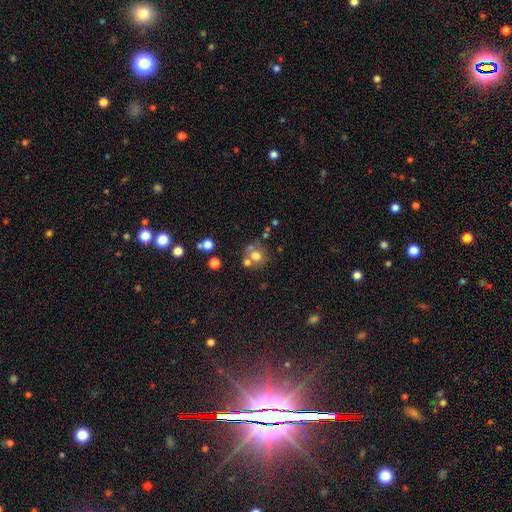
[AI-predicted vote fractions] Overall: smooth (67%). How rounded: round (82%). Merging: none (52%; merger 32%).